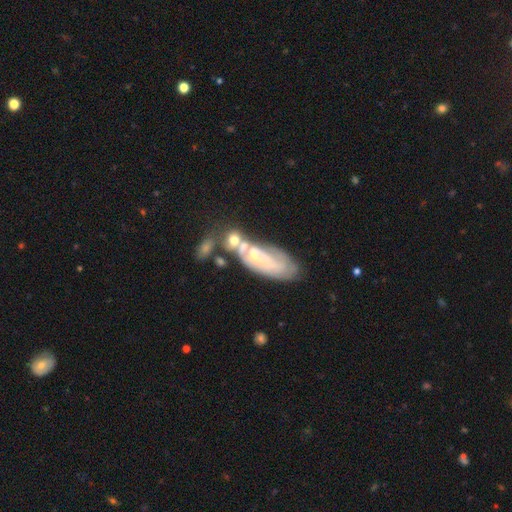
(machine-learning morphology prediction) This is possibly a featured or disk galaxy (57%). It is clearly not viewed edge-on (86%). Merging: marginally none (42%).